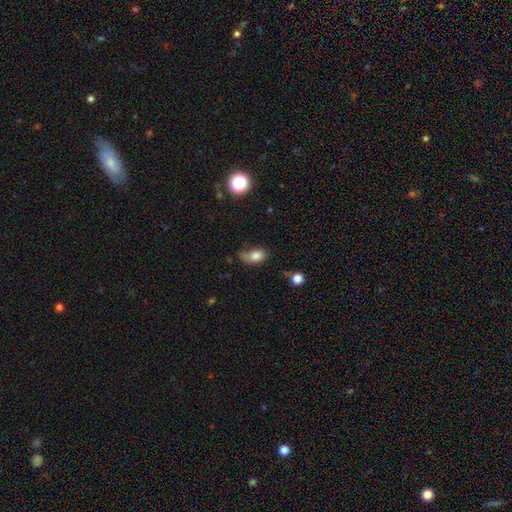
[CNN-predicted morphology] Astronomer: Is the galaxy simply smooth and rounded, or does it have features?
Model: smooth — 78%.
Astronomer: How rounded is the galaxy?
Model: in between — 82%.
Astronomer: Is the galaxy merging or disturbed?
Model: none — 39% (runner-up: minor disturbance, 35%).